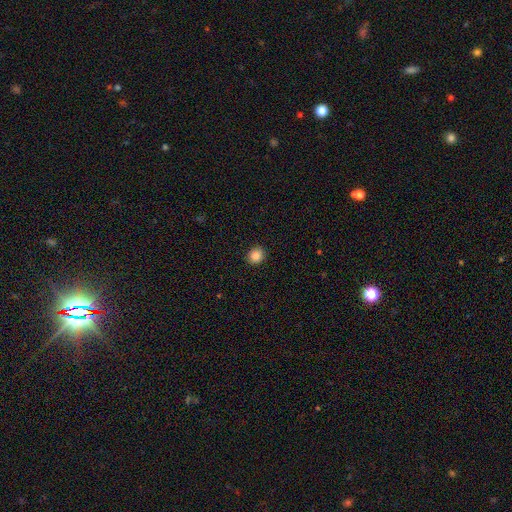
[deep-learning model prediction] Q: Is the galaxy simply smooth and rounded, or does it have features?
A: smooth — 85%.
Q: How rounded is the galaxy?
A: round — 80%.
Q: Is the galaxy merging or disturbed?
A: none — 92%.